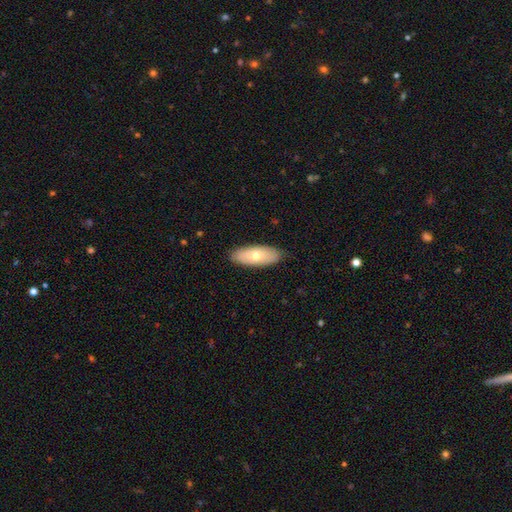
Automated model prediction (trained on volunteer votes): Overall: smooth (65%; featured or disk 29%). How rounded: in between (77%). Merging: none (87%).